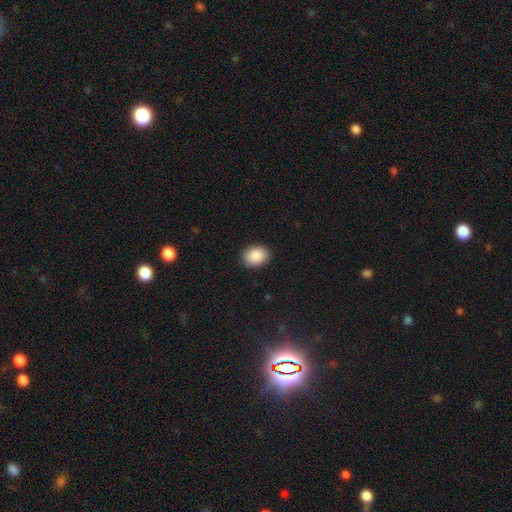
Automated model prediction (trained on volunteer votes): The model was most divided on "how rounded": in between: 66%, round: 33%, cigar-shaped: 1%. More confident: smooth or featured — smooth (90%); merging — none (89%).